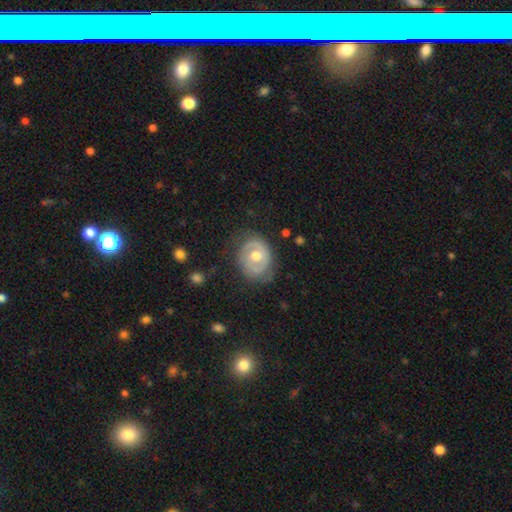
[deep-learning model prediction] A featured or disk galaxy (61%) with no bar (66%), no spiral arms (52%) and a moderate central bulge (78%). Merging: none (68%).